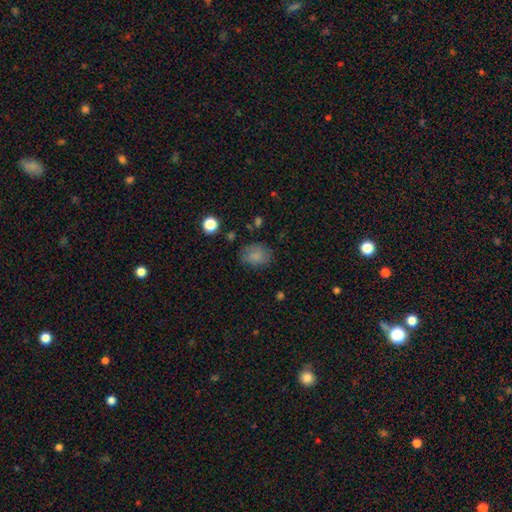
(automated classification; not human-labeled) Smooth or featured? Predicted: smooth (p=0.80). How rounded? Predicted: in between (p=0.54). Merging? Predicted: none (p=0.74).